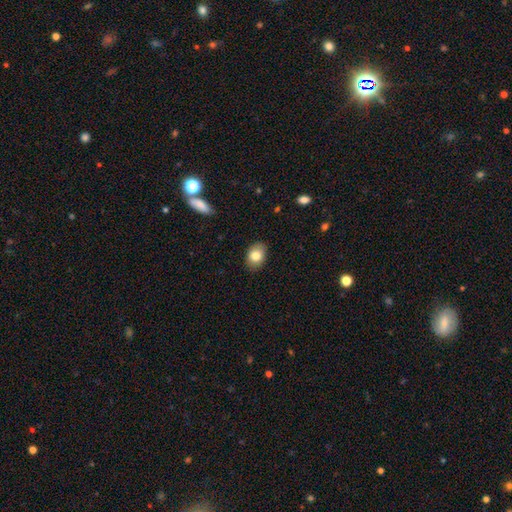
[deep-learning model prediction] Smooth or featured? smooth (81%)
How rounded? in between (76%)
Merging? none (85%)